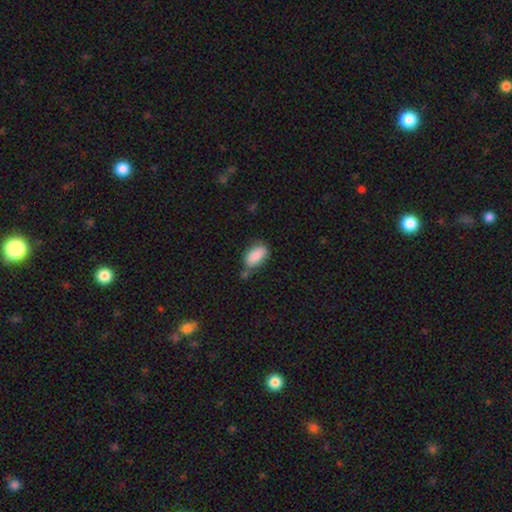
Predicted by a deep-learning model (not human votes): This is clearly a smooth galaxy (84%). How rounded: clearly in between (91%). Merging: possibly none (54%).